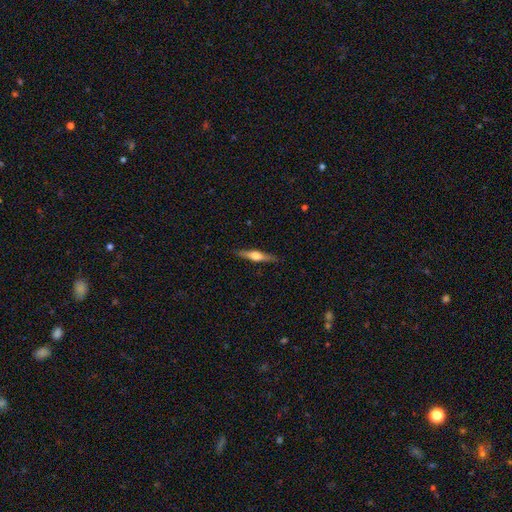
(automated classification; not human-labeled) A featured or disk galaxy (64%) viewed edge-on (97%) with a rounded central bulge (92%).

Vote fractions:
- Smooth or featured? featured or disk: 64% / smooth: 31% / star or artifact: 6%
- Edge-on disk? yes: 97% / no: 3%
- Edge-on bulge? rounded: 92% / boxy: 5% / none: 3%
- Merging? none: 90% / minor disturbance: 8% / major disturbance: 2% / merger: 1%